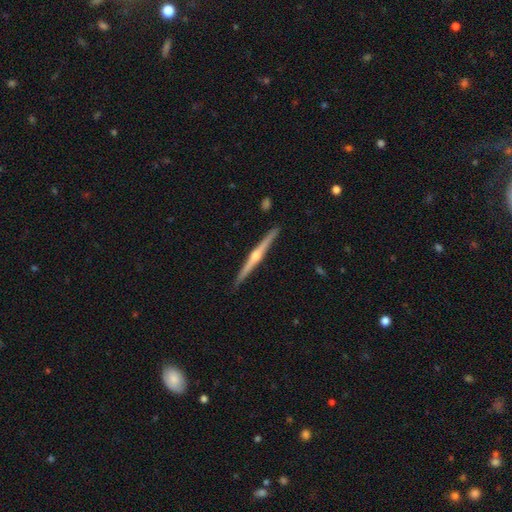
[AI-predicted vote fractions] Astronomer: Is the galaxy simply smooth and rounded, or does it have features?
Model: featured or disk — 84%.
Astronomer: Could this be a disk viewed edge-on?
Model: yes — 99%.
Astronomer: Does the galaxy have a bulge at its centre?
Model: rounded — 93%.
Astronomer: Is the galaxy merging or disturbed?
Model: none — 92%.